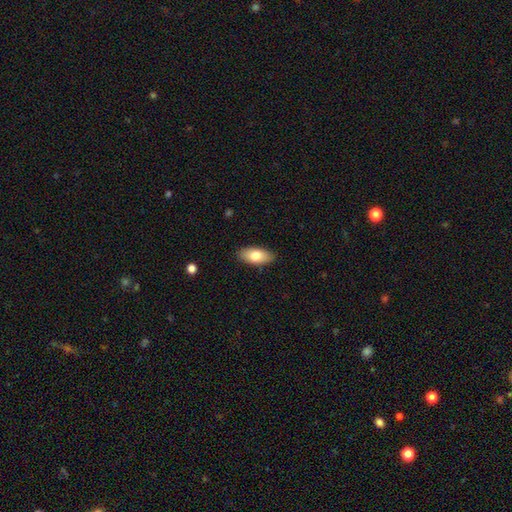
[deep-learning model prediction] Overall: smooth (78%). How rounded: in between (89%). Merging: none (88%).